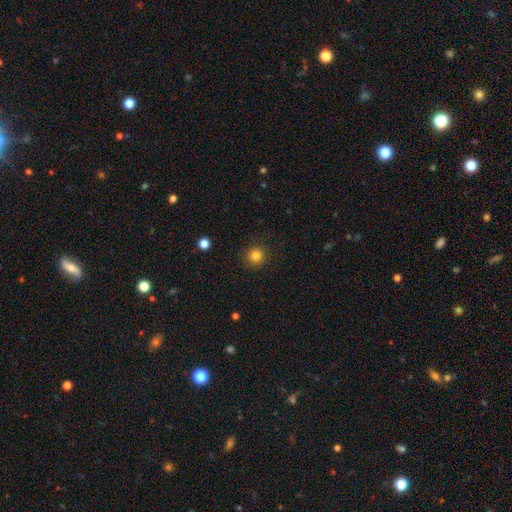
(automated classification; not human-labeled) The model was most divided on "smooth or featured": smooth: 83%, star or artifact: 12%, featured or disk: 5%. More confident: how rounded — round (93%); merging — none (90%).